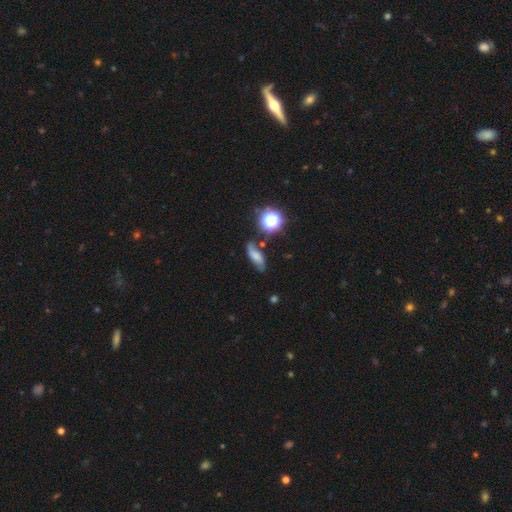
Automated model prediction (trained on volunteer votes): smooth 48%, featured or disk 36%, star or artifact 16%. Down the decision tree: merging — none (67%).